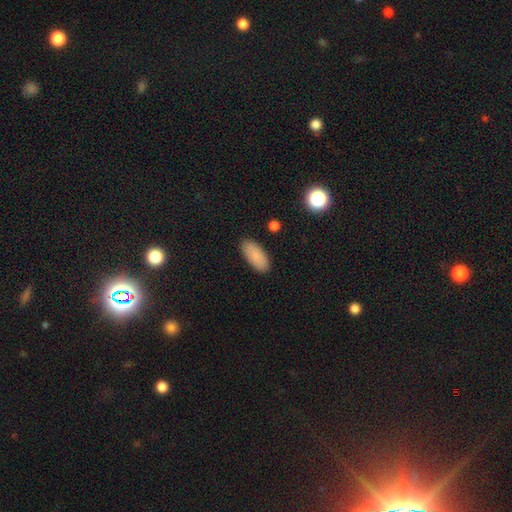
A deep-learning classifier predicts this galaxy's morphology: smooth_or_featured: smooth (p=0.88) [alt: star or artifact p=0.07]
how_rounded: in between (p=0.87) [alt: cigar-shaped p=0.11]
merging: none (p=0.88) [alt: minor disturbance p=0.08]